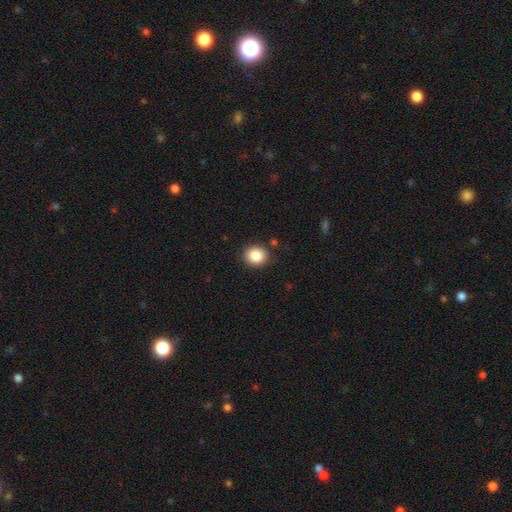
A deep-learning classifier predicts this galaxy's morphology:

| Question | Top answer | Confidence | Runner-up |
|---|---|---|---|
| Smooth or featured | smooth | 86% | star or artifact (9%) |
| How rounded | round | 76% | in between (23%) |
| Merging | none | 88% | minor disturbance (8%) |